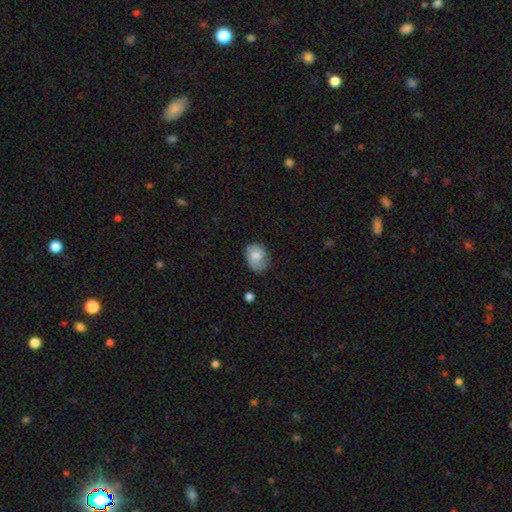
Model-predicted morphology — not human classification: Smooth or featured: smooth — 78% (featured or disk — 14%)
How rounded: in between — 66% (round — 33%)
Merging: none — 59% (minor disturbance — 31%)